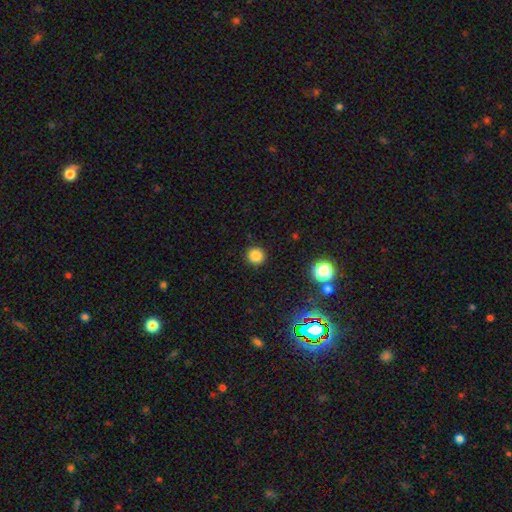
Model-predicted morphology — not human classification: A smooth galaxy with no disk features (83%) that is round (93%). Merging: none (91%).